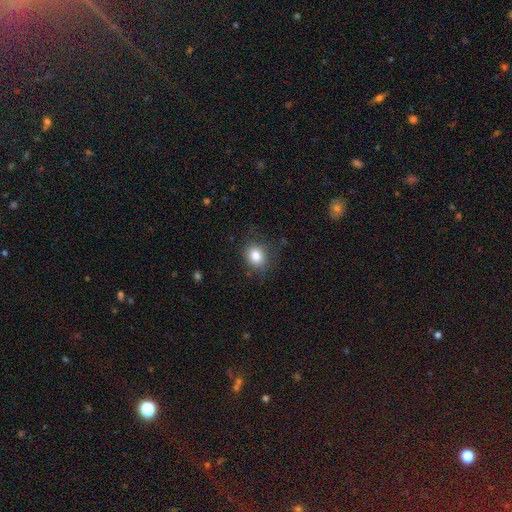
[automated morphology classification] Overall: smooth (82%). How rounded: round (65%; in between 35%). Merging: none (81%).